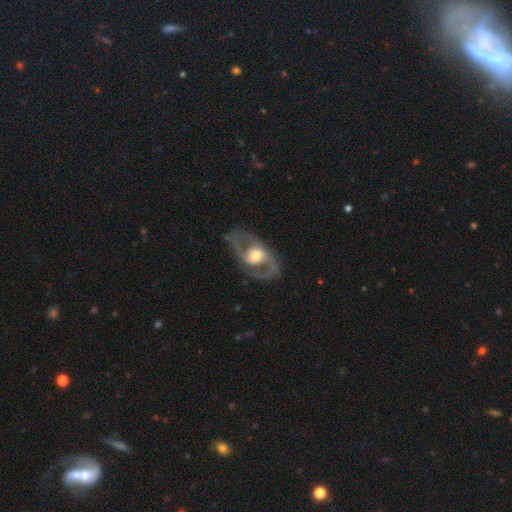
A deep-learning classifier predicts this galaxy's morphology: Smooth or featured?
  - featured or disk: 85% *
  - smooth: 10%
  - star or artifact: 4%
Edge-on disk?
  - no: 95% *
  - yes: 5%
Bar?
  - no: 52% *
  - weak: 33%
  - strong: 15%
Spiral arms?
  - yes: 87% *
  - no: 13%
Spiral winding?
  - medium: 55% *
  - loose: 28%
  - tight: 16%
Spiral arm count?
  - 2: 91% *
  - can't tell: 4%
  - 1: 2%
  - 3: 1%
  - 4: 1%
  - more than 4: 1%
Bulge size?
  - moderate: 63% *
  - large: 20%
  - small: 14%
  - dominant: 2%
  - none: 1%
Merging?
  - none: 77% *
  - minor disturbance: 13%
  - major disturbance: 9%
  - merger: 1%